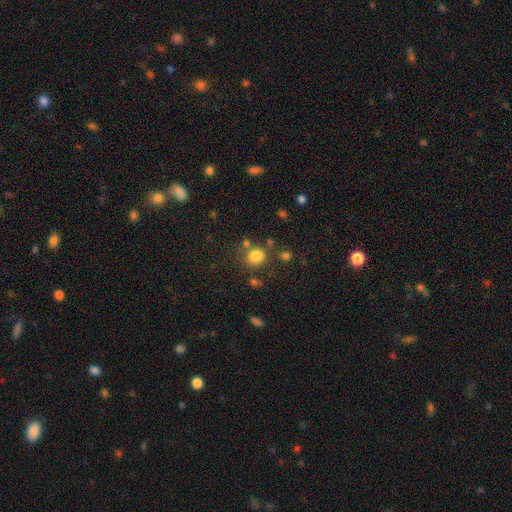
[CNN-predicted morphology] This appears to be a smooth galaxy with no disk features (77%) that is round (57%). Merging: none (57%).